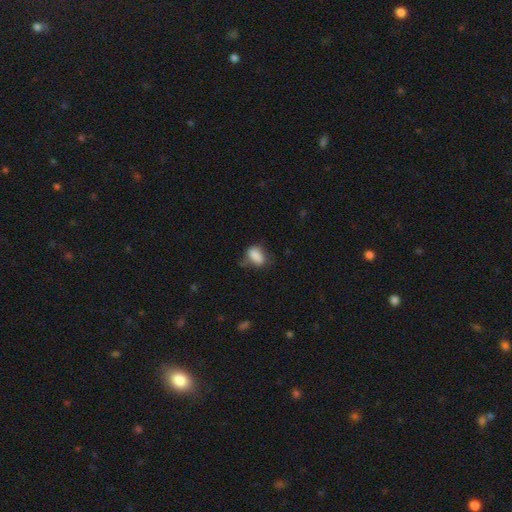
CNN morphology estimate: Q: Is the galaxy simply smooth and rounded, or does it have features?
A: smooth — 83%.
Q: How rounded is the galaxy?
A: in between — 83%.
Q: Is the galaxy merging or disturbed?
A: none — 54%.